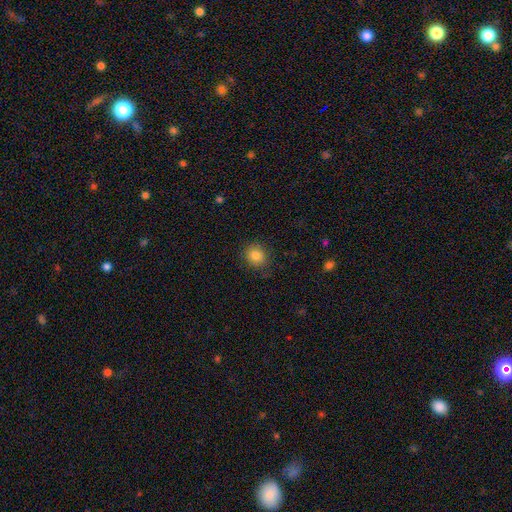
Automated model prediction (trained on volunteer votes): This is clearly a smooth galaxy (83%). How rounded: likely round (75%). Merging: clearly none (84%).